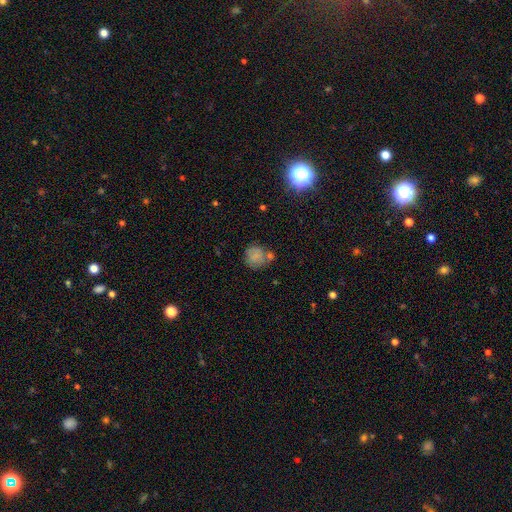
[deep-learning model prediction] smooth-or-featured: smooth: 71% | featured or disk: 18% | star or artifact: 11%
  how-rounded: round: 84% | in between: 15% | cigar-shaped: 1%
  merging: none: 54% | merger: 20% | minor disturbance: 19% | major disturbance: 7%